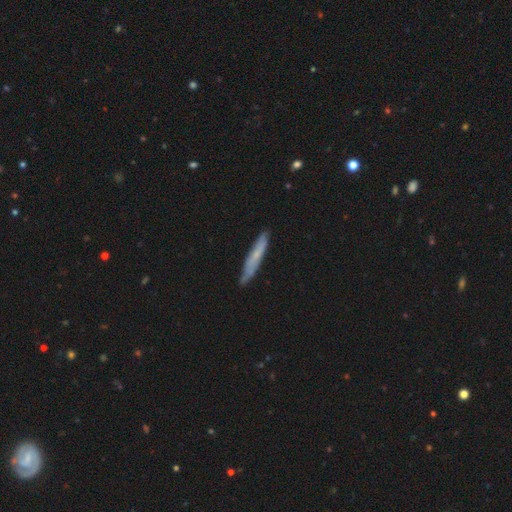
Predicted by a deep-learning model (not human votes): Smooth or featured?
  - smooth: 55% *
  - featured or disk: 38%
  - star or artifact: 7%
How rounded?
  - cigar-shaped: 94% *
  - in between: 5%
  - round: 1%
Merging?
  - none: 84% *
  - minor disturbance: 13%
  - major disturbance: 2%
  - merger: 1%